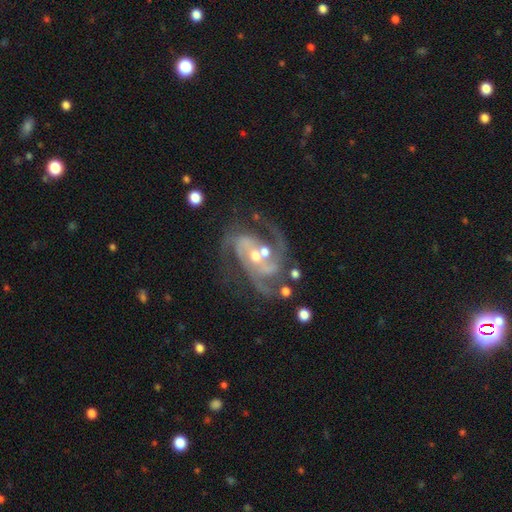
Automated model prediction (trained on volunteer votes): featured or disk 89%, star or artifact 6%, smooth 5%. Down the decision tree: edge-on disk — no (98%); bar — no (49%); spiral arms — yes (97%); spiral arm count — 2 (39%); spiral winding — medium (53%); bulge size — moderate (50%); merging — none (42%).